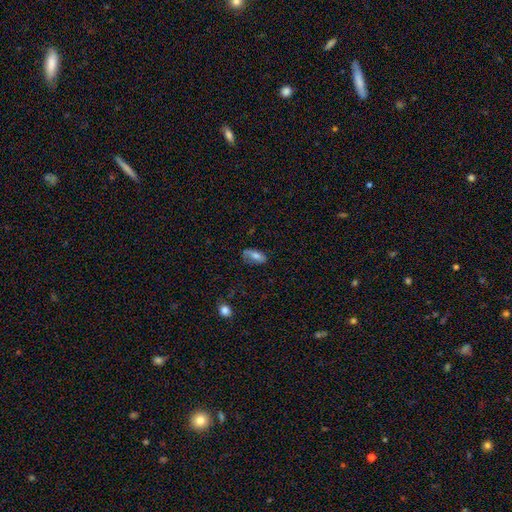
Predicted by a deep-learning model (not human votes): Smooth or featured: smooth — 68% (featured or disk — 24%)
How rounded: in between — 85% (cigar-shaped — 11%)
Merging: none — 66% (minor disturbance — 25%)